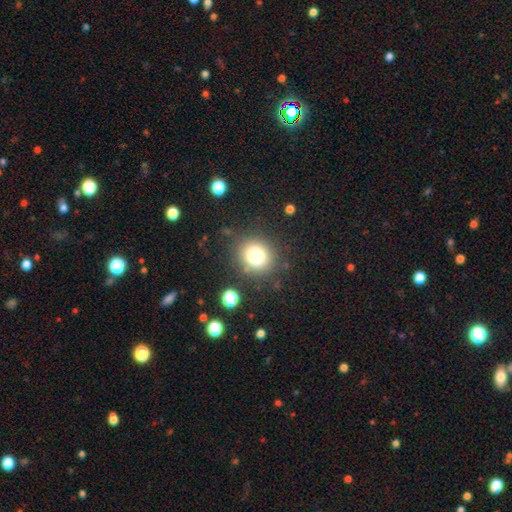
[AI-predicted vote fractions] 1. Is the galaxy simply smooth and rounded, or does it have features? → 77% smooth, 14% star or artifact, 9% featured or disk.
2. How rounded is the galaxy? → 84% round, 15% in between, 1% cigar-shaped.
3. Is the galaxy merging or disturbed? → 84% none, 9% minor disturbance, 4% major disturbance, 3% merger.